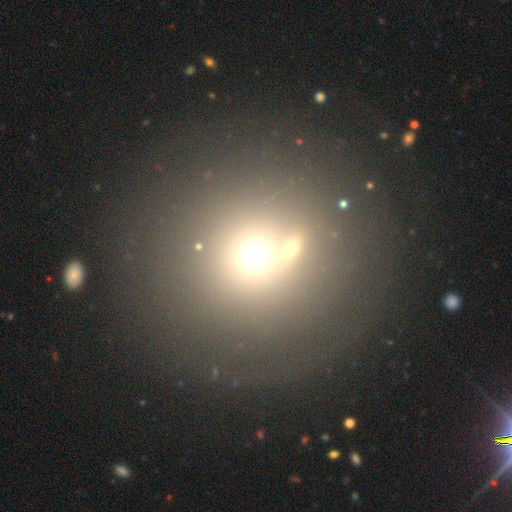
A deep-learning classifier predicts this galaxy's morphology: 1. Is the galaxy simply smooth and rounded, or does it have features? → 58% smooth, 29% star or artifact, 13% featured or disk.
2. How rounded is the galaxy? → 93% round, 6% in between, 1% cigar-shaped.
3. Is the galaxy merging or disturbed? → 71% none, 15% merger, 8% minor disturbance, 5% major disturbance.